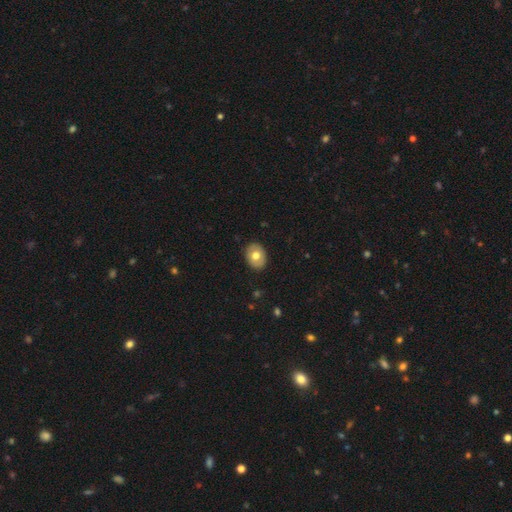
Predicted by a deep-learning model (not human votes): smooth-or-featured: smooth: 71% | featured or disk: 22% | star or artifact: 7%
  how-rounded: in between: 64% | round: 35% | cigar-shaped: 1%
  merging: none: 89% | minor disturbance: 9% | major disturbance: 2% | merger: 1%